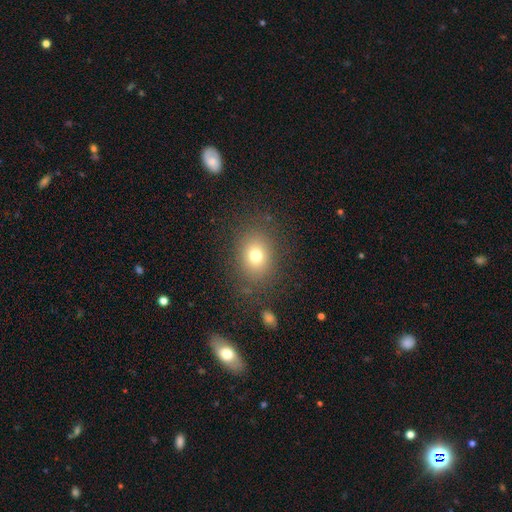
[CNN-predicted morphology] Overall: smooth (74%). How rounded: round (51%; in between 48%). Merging: none (82%).